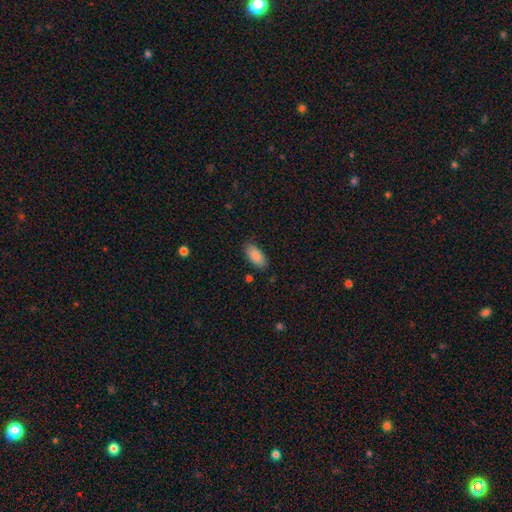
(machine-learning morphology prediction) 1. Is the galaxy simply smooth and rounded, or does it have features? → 88% smooth, 7% star or artifact, 5% featured or disk.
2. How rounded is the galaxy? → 91% in between, 7% cigar-shaped, 2% round.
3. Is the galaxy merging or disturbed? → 83% none, 12% minor disturbance, 3% major disturbance, 2% merger.